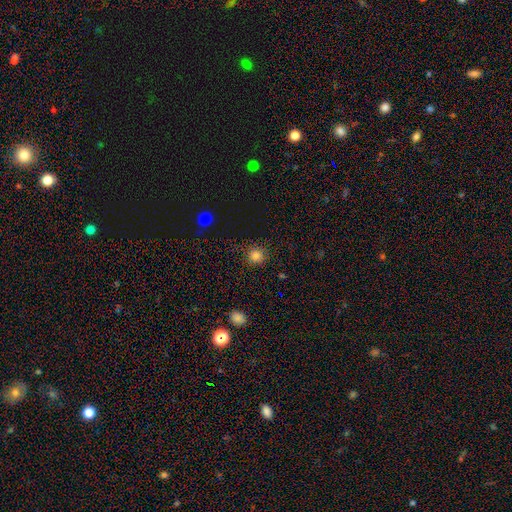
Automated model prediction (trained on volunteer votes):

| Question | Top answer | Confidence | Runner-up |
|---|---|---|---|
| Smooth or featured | smooth | 82% | star or artifact (14%) |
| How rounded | round | 92% | in between (7%) |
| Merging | none | 87% | minor disturbance (9%) |